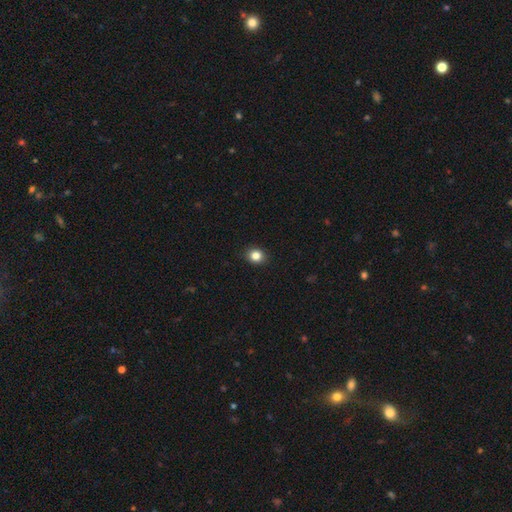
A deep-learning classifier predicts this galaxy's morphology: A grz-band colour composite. It shows a smooth galaxy with no disk features (84%) that is round (74%). Merging: none (91%).